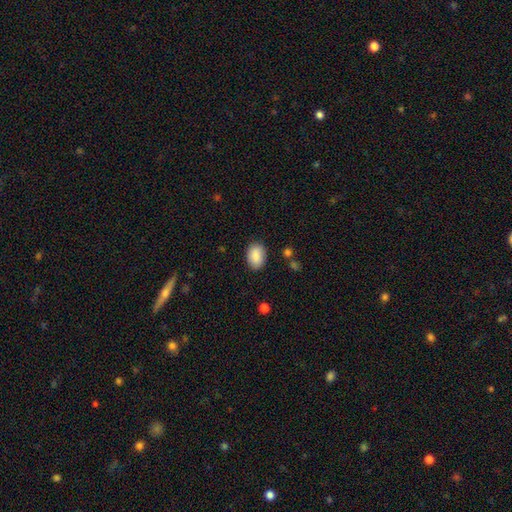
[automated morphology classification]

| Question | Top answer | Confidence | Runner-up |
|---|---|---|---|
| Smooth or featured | smooth | 87% | star or artifact (7%) |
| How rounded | in between | 82% | round (17%) |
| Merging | none | 85% | minor disturbance (11%) |